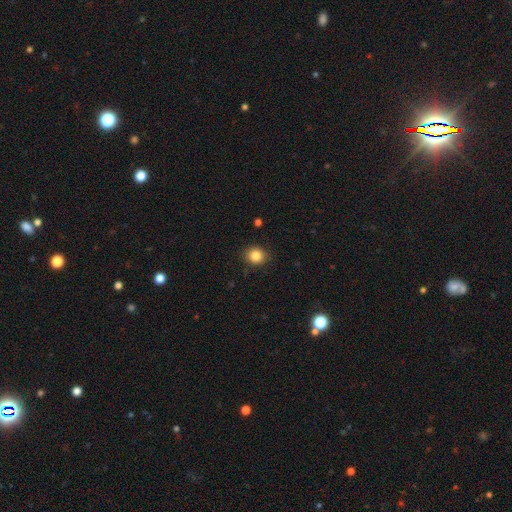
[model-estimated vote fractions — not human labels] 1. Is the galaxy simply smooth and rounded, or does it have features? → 84% smooth, 11% star or artifact, 5% featured or disk.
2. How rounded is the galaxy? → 79% round, 20% in between, 1% cigar-shaped.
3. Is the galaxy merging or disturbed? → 88% none, 8% minor disturbance, 2% major disturbance, 1% merger.